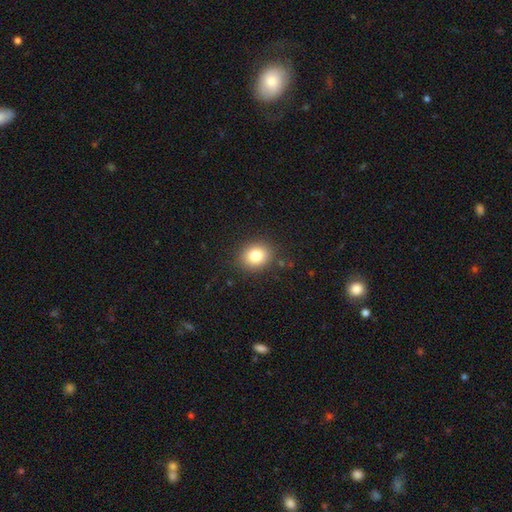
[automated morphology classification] Smooth or featured? Predicted: smooth (p=0.81). How rounded? Predicted: round (p=0.64). Merging? Predicted: none (p=0.88).